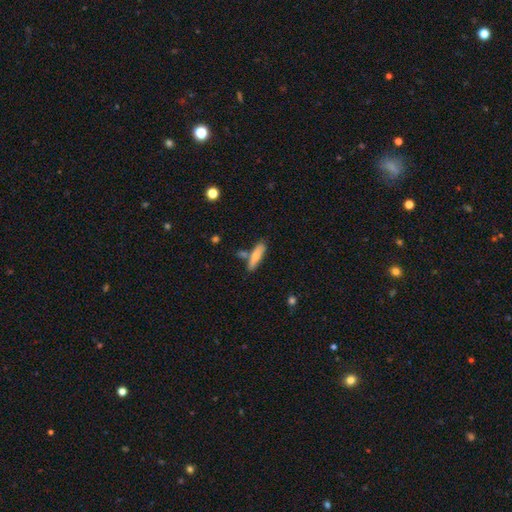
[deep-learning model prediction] Q: Smooth or featured?
A: smooth (66%); runner-up: featured or disk (28%)
Q: How rounded?
A: cigar-shaped (69%); runner-up: in between (28%)
Q: Merging?
A: none (67%); runner-up: minor disturbance (16%)